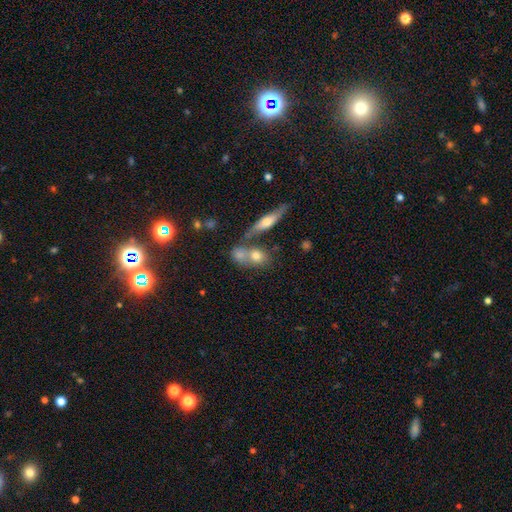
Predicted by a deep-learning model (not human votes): Overall: smooth (68%). How rounded: in between (49%; round 41%). Merging: merger (43%; none 42%).